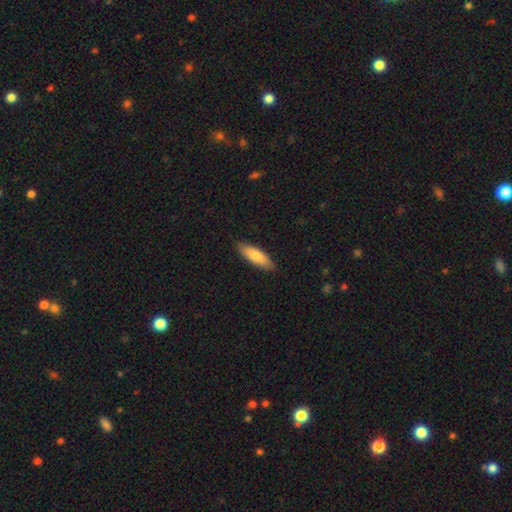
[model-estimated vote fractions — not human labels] Overall: smooth (82%). How rounded: in between (51%; cigar-shaped 48%). Merging: none (87%).